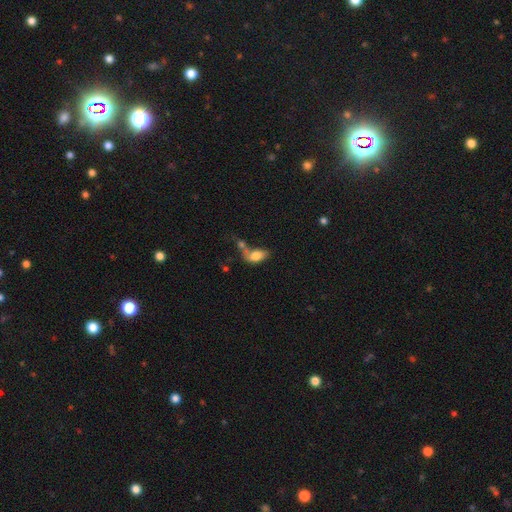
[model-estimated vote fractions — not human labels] A smooth galaxy with no disk features (78%) that is in between round and cigar-shaped (90%).

Vote fractions:
- Smooth or featured? smooth: 78% / featured or disk: 14% / star or artifact: 8%
- How rounded? in between: 90% / round: 6% / cigar-shaped: 4%
- Merging? merger: 43% / none: 29% / minor disturbance: 15% / major disturbance: 13%